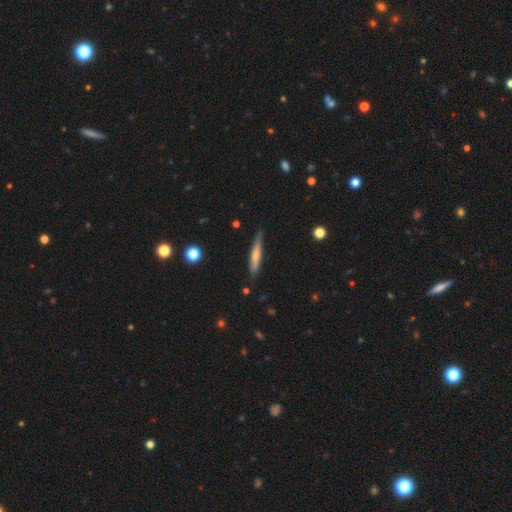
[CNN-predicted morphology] smooth_or_featured: smooth (p=0.54) [alt: featured or disk p=0.41]
how_rounded: cigar-shaped (p=0.92) [alt: in between p=0.06]
merging: none (p=0.82) [alt: minor disturbance p=0.14]